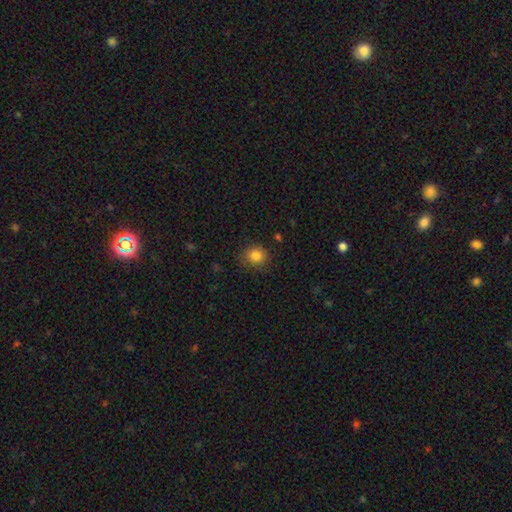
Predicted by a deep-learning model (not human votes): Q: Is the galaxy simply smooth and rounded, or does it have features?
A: smooth — 84%.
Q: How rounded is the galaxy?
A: round — 84%.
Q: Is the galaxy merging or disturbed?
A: none — 86%.